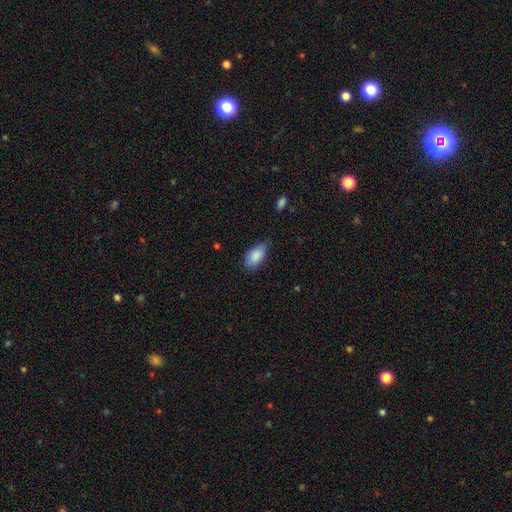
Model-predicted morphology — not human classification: This appears to be a smooth galaxy with no disk features (87%) that is in between round and cigar-shaped (93%). Merging: none (63%).